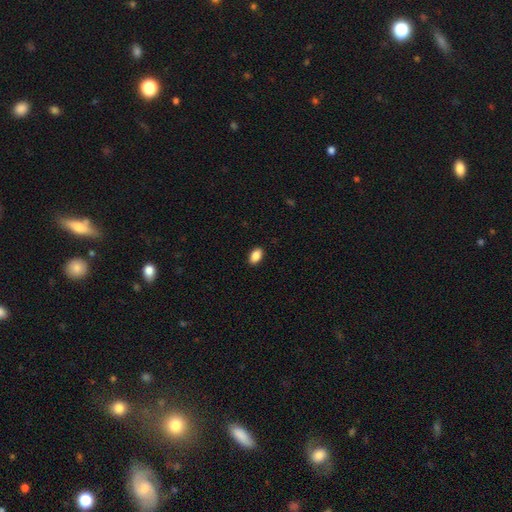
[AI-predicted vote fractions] A smooth galaxy with no disk features (88%) that is in between round and cigar-shaped (90%).

Vote fractions:
- Smooth or featured? smooth: 88% / star or artifact: 8% / featured or disk: 4%
- How rounded? in between: 90% / round: 8% / cigar-shaped: 2%
- Merging? none: 90% / minor disturbance: 7% / major disturbance: 2% / merger: 1%